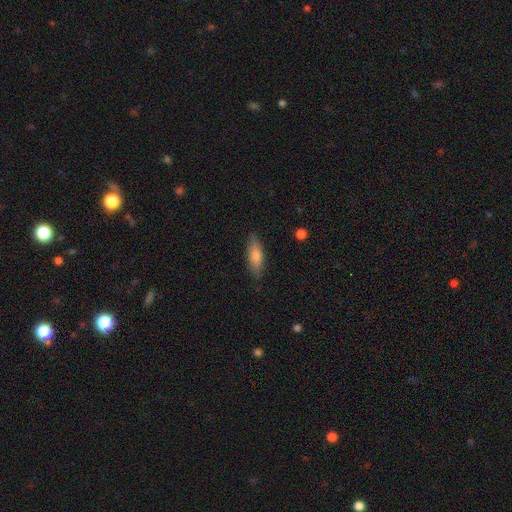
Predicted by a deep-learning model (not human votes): This is likely a smooth galaxy (67%). How rounded: possibly cigar-shaped (50%). Merging: clearly none (83%).